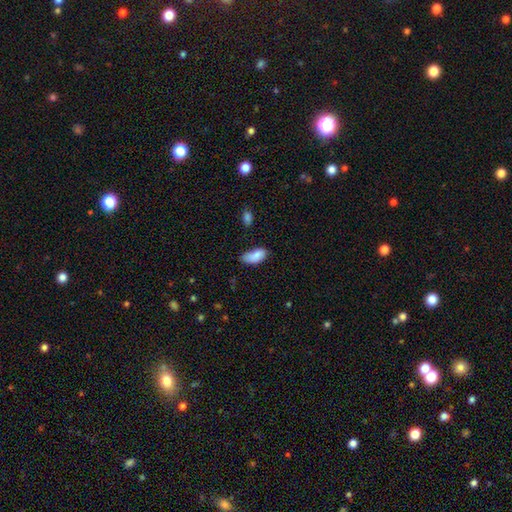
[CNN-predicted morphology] Q: Smooth or featured?
A: smooth (85%); runner-up: featured or disk (7%)
Q: How rounded?
A: in between (92%); runner-up: cigar-shaped (6%)
Q: Merging?
A: none (54%); runner-up: minor disturbance (35%)